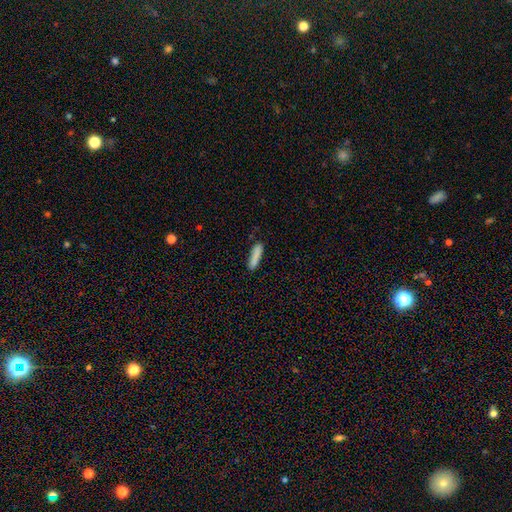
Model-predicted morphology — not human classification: Smooth or featured: smooth — 85% (featured or disk — 8%)
How rounded: cigar-shaped — 82% (in between — 17%)
Merging: none — 82% (minor disturbance — 13%)